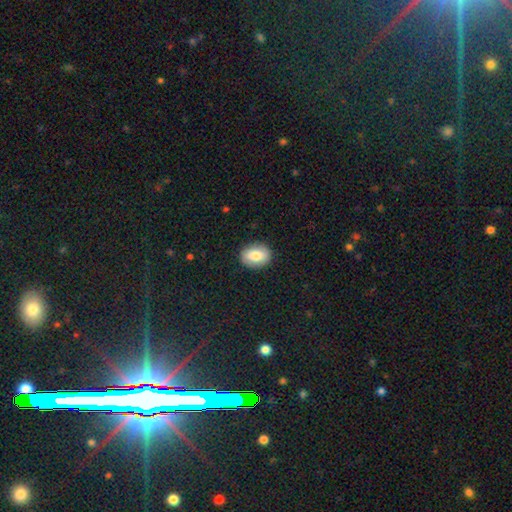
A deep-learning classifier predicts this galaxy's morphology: type=smooth (78%); roundness=in between (63%); merging=none (88%).